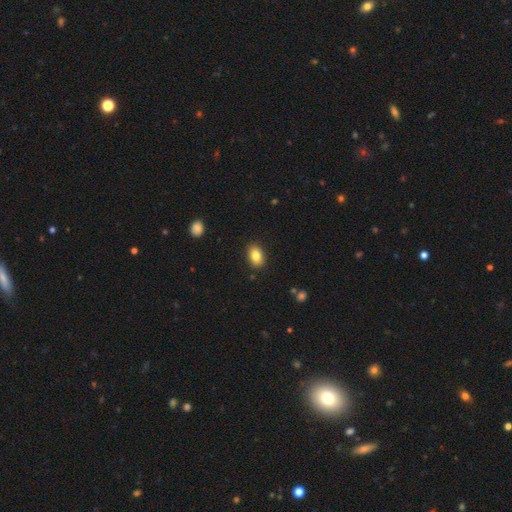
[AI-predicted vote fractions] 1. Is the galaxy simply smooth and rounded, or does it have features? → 84% smooth, 8% star or artifact, 8% featured or disk.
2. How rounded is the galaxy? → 86% in between, 13% round, 1% cigar-shaped.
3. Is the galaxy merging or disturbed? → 89% none, 8% minor disturbance, 2% major disturbance, 1% merger.